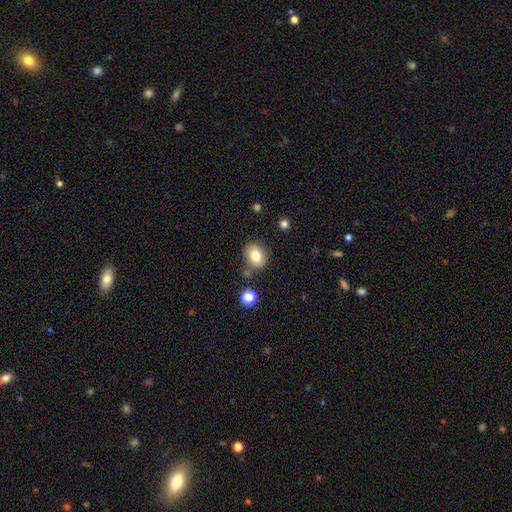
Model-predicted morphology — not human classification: This is likely a smooth galaxy (79%). How rounded: possibly round (51%). Merging: likely none (76%).